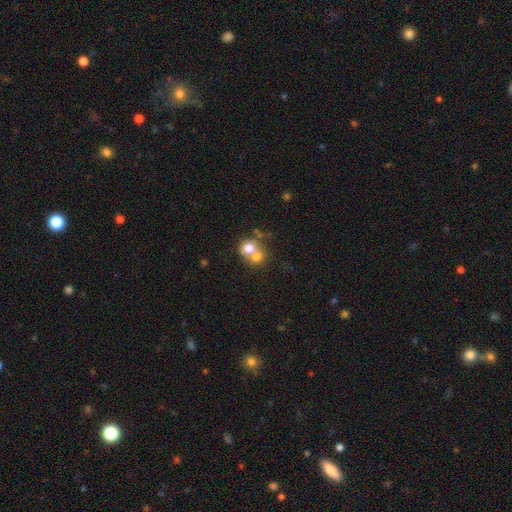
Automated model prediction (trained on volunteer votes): This is likely a smooth galaxy (68%). How rounded: likely round (76%). Merging: likely merger (62%).